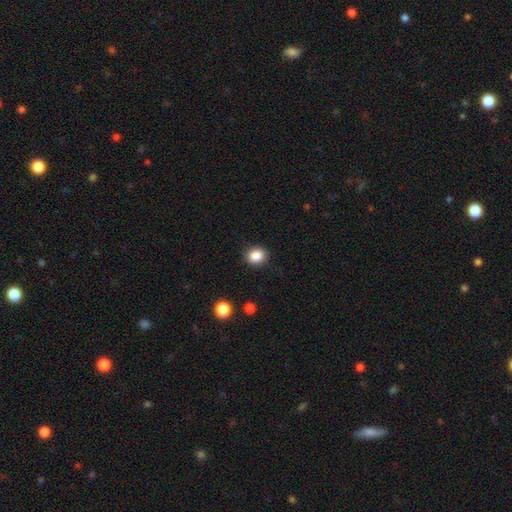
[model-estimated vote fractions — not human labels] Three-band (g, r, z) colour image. It shows a smooth galaxy with no disk features (86%) that is round (72%). Merging: none (88%).